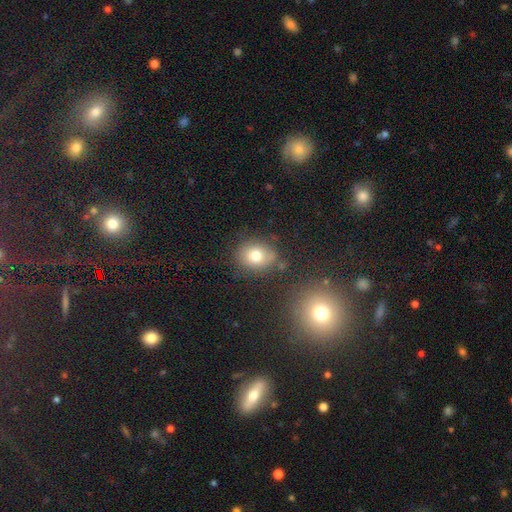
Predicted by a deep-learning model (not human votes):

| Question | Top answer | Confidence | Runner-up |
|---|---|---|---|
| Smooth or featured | smooth | 77% | star or artifact (12%) |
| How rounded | round | 56% | in between (43%) |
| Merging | none | 76% | minor disturbance (14%) |